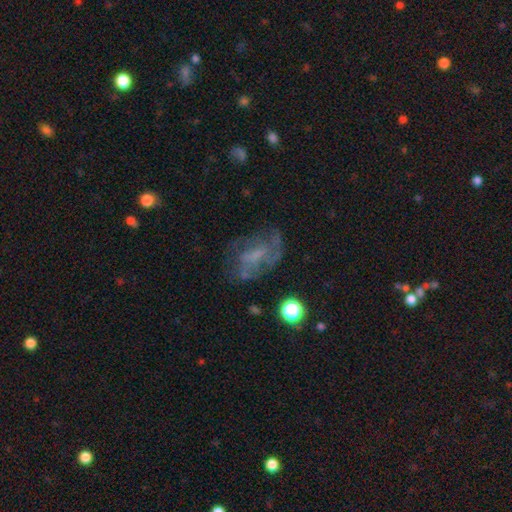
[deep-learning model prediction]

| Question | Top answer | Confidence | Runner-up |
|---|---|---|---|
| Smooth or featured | featured or disk | 58% | smooth (27%) |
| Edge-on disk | no | 96% | yes (4%) |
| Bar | no | 60% | weak (32%) |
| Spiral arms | yes | 54% | no (46%) |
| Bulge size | none | 52% | small (25%) |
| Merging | none | 49% | major disturbance (26%) |